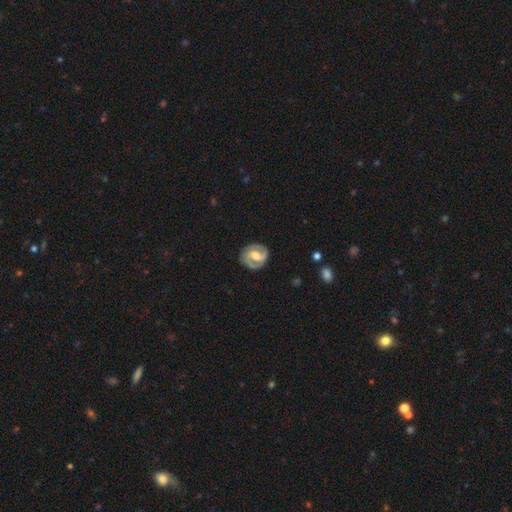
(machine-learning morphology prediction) Smooth or featured? featured or disk (82%)
Edge-on disk? no (98%)
Bar? weak (49%)
Spiral arms? yes (93%)
Spiral winding? tight (47%)
Spiral arm count? 2 (88%)
Bulge size? moderate (61%)
Merging? none (82%)